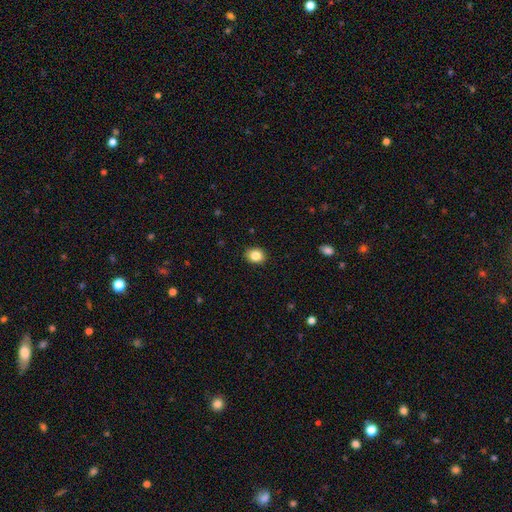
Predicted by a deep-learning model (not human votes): Smooth or featured? smooth (85%)
How rounded? round (54%)
Merging? none (90%)